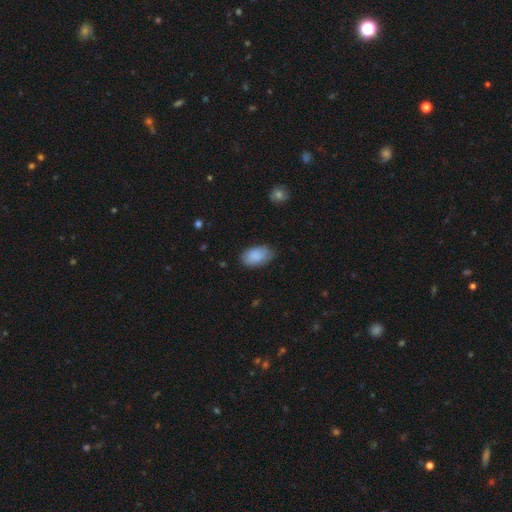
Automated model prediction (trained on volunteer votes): Smooth or featured: smooth — 88% (star or artifact — 6%)
How rounded: in between — 93% (round — 5%)
Merging: none — 78% (minor disturbance — 17%)